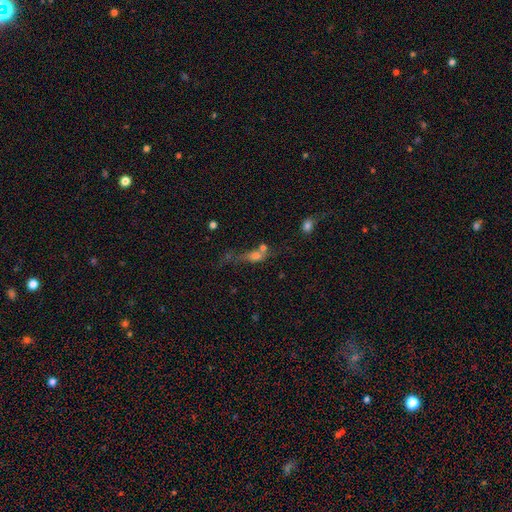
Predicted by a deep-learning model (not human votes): The model was most divided on "merging" (2-way tie): merger: 32%, none: 32%, major disturbance: 20%, minor disturbance: 16%. Remaining: smooth or featured — smooth (56%); how rounded — in between (49%).